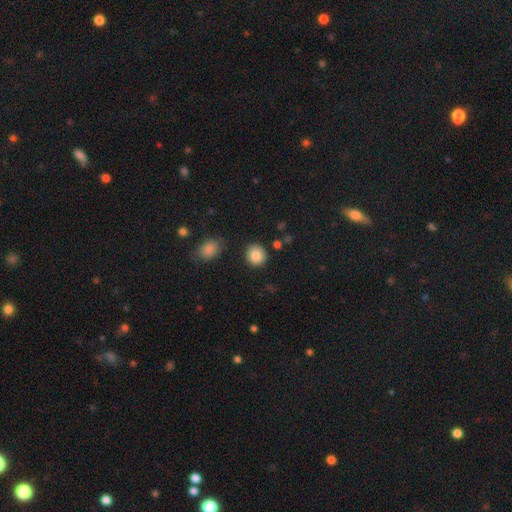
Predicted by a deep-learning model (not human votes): Morphology: type=smooth (85%); roundness=round (88%); merging=none (88%).